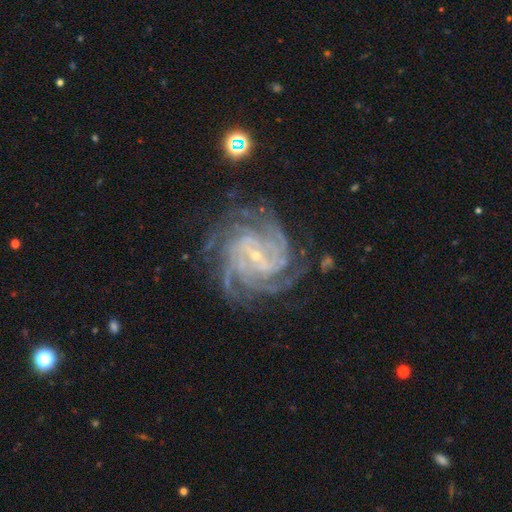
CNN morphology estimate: A featured or disk galaxy (92%) with a weak bar (45%), 4 (38%) tight (71%) spiral arms (99%) and a small central bulge (84%).

Vote fractions:
- Smooth or featured? featured or disk: 92% / star or artifact: 5% / smooth: 3%
- Edge-on disk? no: 98% / yes: 2%
- Bar? weak: 45% / no: 32% / strong: 23%
- Spiral arms? yes: 99% / no: 1%
- Spiral winding? tight: 71% / medium: 26% / loose: 3%
- Spiral arm count? 4: 38% / more than 4: 22% / 3: 13% / can't tell: 13% / 2: 8% / 1: 7%
- Bulge size? small: 84% / moderate: 12% / none: 3% / large: 1% / dominant: 1%
- Merging? none: 77% / minor disturbance: 15% / major disturbance: 7% / merger: 2%